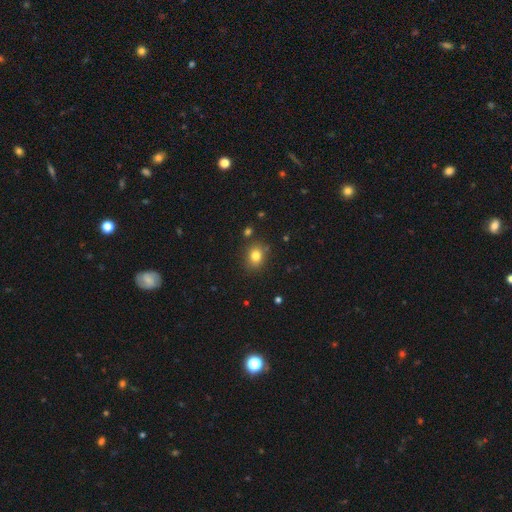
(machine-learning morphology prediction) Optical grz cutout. It shows a smooth galaxy with no disk features (80%) that is round (61%). Merging: none (82%).